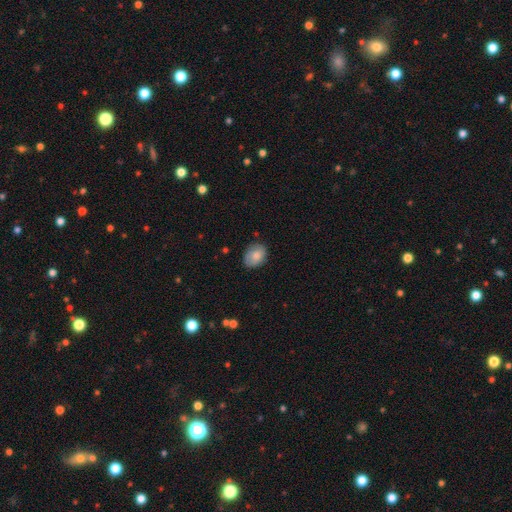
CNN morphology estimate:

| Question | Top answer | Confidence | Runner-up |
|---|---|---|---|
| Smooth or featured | smooth | 80% | featured or disk (12%) |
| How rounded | in between | 65% | round (34%) |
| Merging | none | 78% | minor disturbance (18%) |